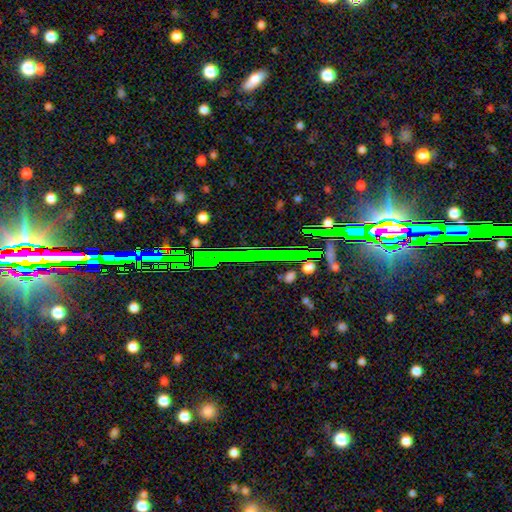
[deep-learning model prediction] smooth-or-featured: star or artifact: 80% | featured or disk: 12% | smooth: 8%